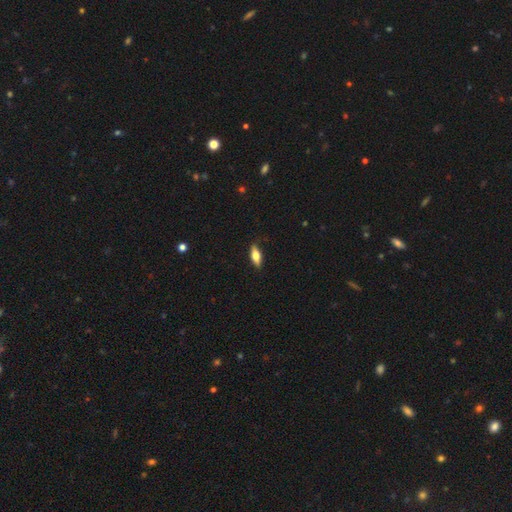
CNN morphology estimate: type=smooth (62%); roundness=in between (68%); merging=none (87%).